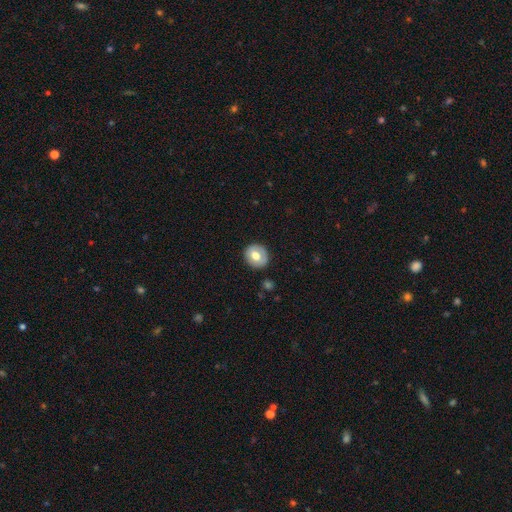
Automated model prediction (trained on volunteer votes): Smooth or featured: smooth — 66% (featured or disk — 27%)
How rounded: round — 83% (in between — 16%)
Merging: none — 86% (minor disturbance — 10%)